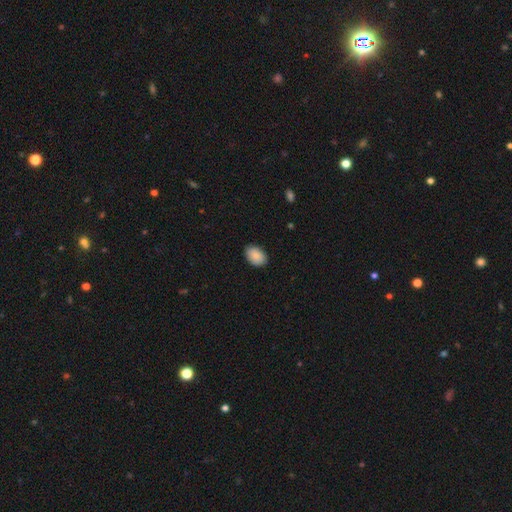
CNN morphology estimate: Q: Smooth or featured?
A: smooth (88%); runner-up: star or artifact (7%)
Q: How rounded?
A: in between (85%); runner-up: round (14%)
Q: Merging?
A: none (86%); runner-up: minor disturbance (11%)